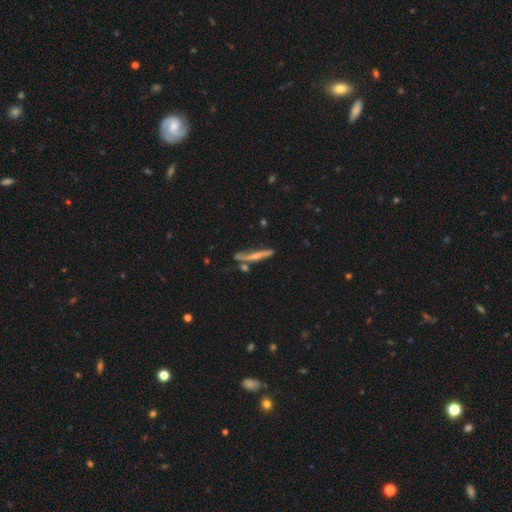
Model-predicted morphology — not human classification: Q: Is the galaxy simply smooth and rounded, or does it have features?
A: featured or disk — 50%.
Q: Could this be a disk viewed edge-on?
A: yes — 91%.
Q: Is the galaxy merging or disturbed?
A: none — 63%.